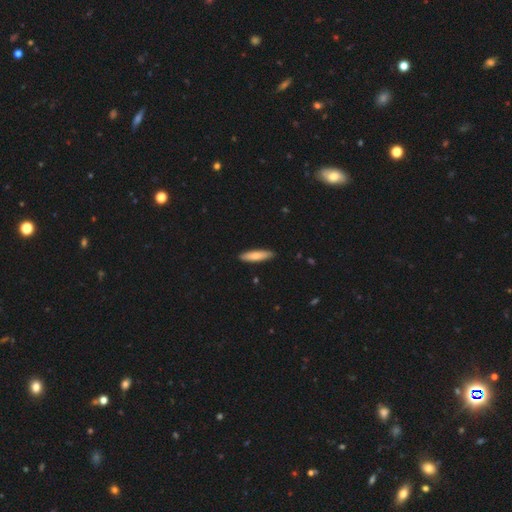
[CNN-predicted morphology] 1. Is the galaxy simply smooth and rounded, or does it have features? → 75% smooth, 19% featured or disk, 5% star or artifact.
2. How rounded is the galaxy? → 75% cigar-shaped, 23% in between, 1% round.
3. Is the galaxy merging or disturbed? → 90% none, 8% minor disturbance, 1% major disturbance, 1% merger.